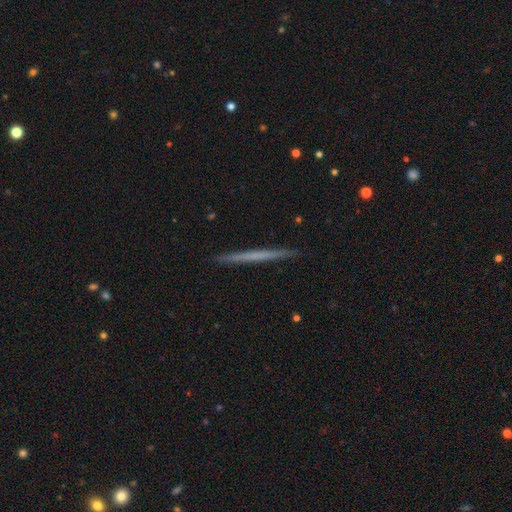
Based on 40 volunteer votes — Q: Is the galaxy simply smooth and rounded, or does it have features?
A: featured or disk — 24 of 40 (60%).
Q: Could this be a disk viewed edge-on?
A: yes — 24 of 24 (100%).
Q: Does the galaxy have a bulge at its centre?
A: none — 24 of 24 (100%).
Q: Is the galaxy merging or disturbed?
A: none — 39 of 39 (100%).